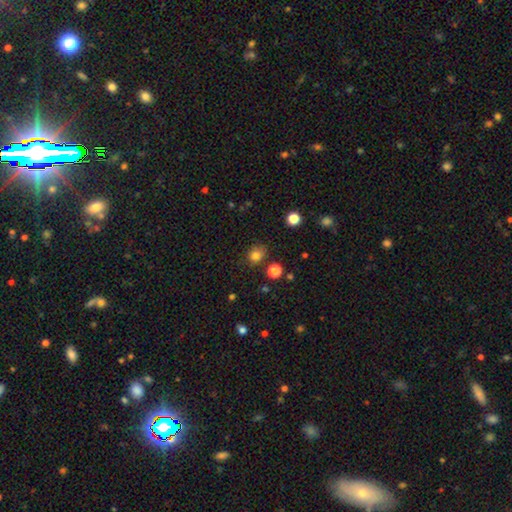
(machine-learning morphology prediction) smooth 80%, star or artifact 14%, featured or disk 6%. Down the decision tree: how rounded — round (68%); merging — none (76%).